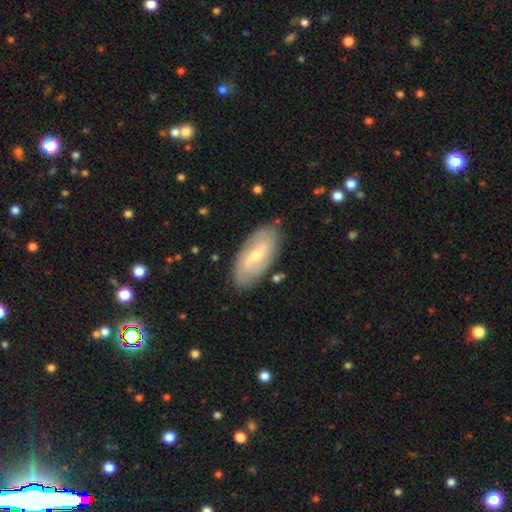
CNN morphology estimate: smooth-or-featured: featured or disk: 58% | smooth: 35% | star or artifact: 6%
  disk-edge-on: no: 88% | yes: 12%
    bar: weak: 50% | no: 29% | strong: 21%
    has-spiral-arms: yes: 70% | no: 30%
    bulge-size: small: 56% | moderate: 40% | large: 2% | none: 1% | dominant: 1%
  merging: none: 84% | minor disturbance: 12% | major disturbance: 3% | merger: 2%